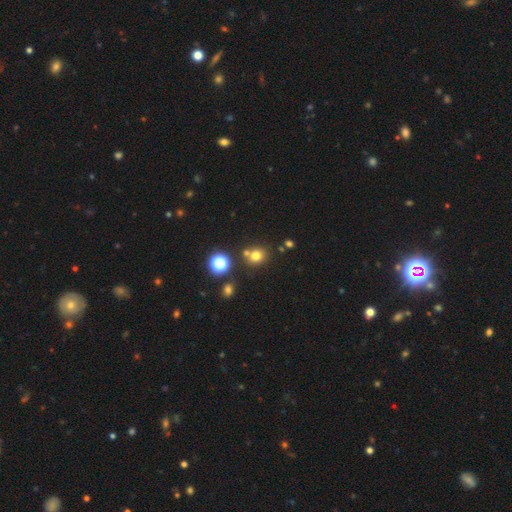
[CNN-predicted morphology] Q: Smooth or featured?
A: smooth (72%); runner-up: star or artifact (20%)
Q: How rounded?
A: round (79%); runner-up: in between (21%)
Q: Merging?
A: none (69%); runner-up: merger (18%)